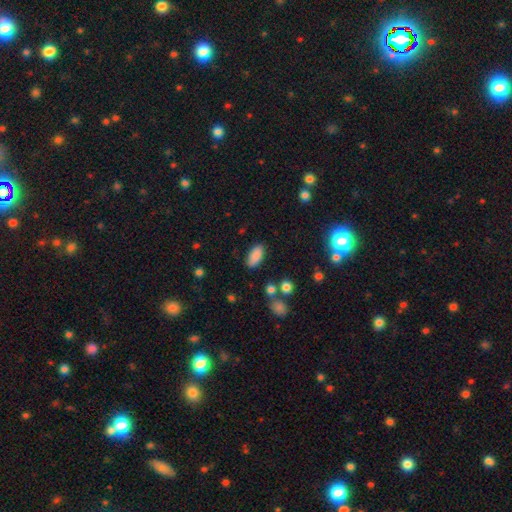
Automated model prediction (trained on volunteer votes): Smooth or featured? smooth (87%)
How rounded? in between (88%)
Merging? none (84%)